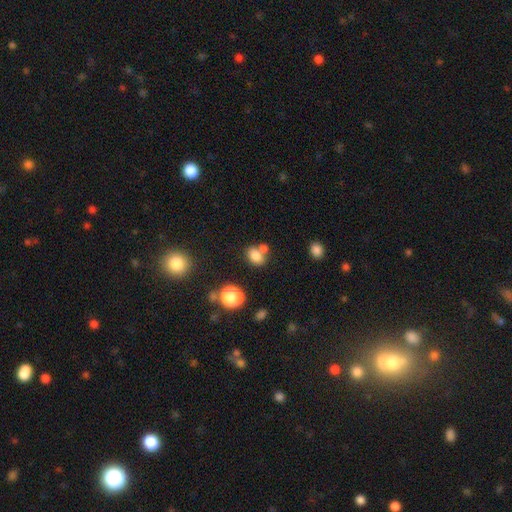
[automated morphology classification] smooth 78%, star or artifact 13%, featured or disk 9%. Down the decision tree: how rounded — in between (68%); merging — none (51%).